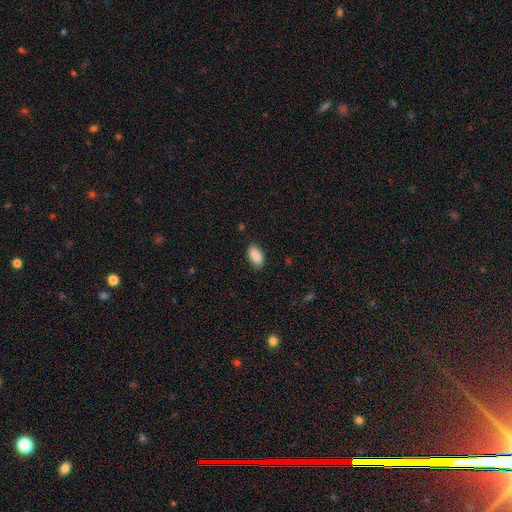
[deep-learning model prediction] Q: Smooth or featured?
A: smooth (89%); runner-up: star or artifact (7%)
Q: How rounded?
A: in between (94%); runner-up: cigar-shaped (3%)
Q: Merging?
A: none (86%); runner-up: minor disturbance (10%)